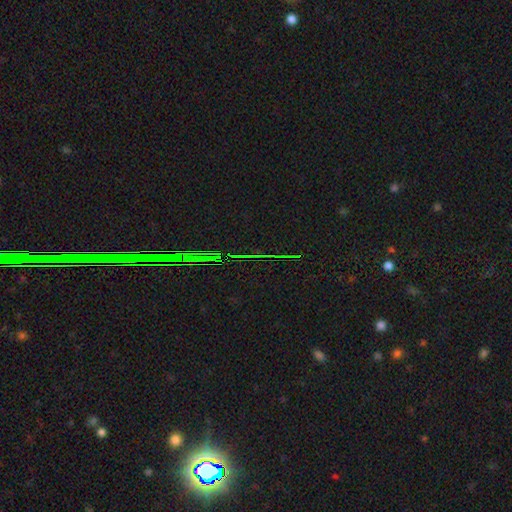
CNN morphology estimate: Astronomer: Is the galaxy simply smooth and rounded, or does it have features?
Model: star or artifact — 83%.